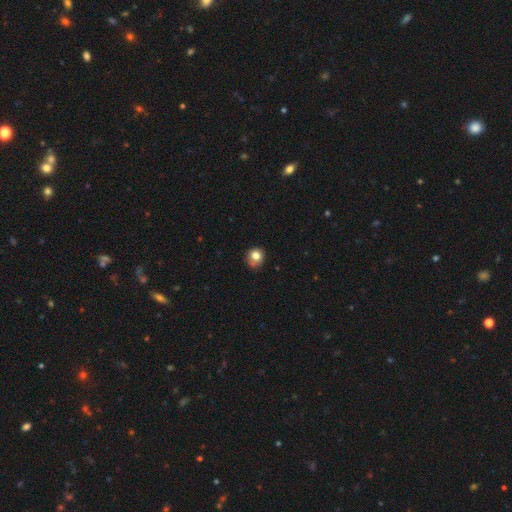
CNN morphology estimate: Overall: smooth (79%). How rounded: round (79%). Merging: none (65%; minor disturbance 26%).